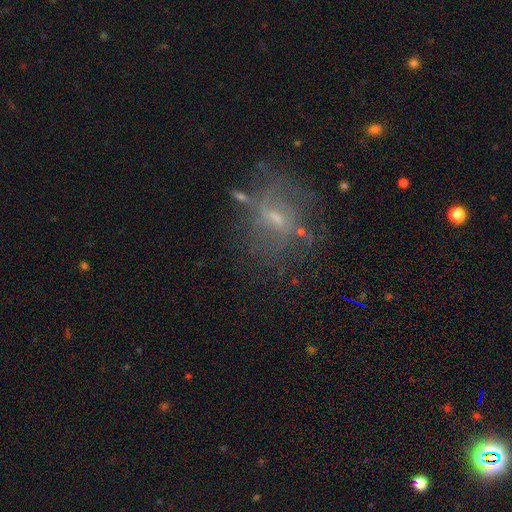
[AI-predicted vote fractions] featured or disk 41%, smooth 32%, star or artifact 26%. Down the decision tree: merging — none (64%).